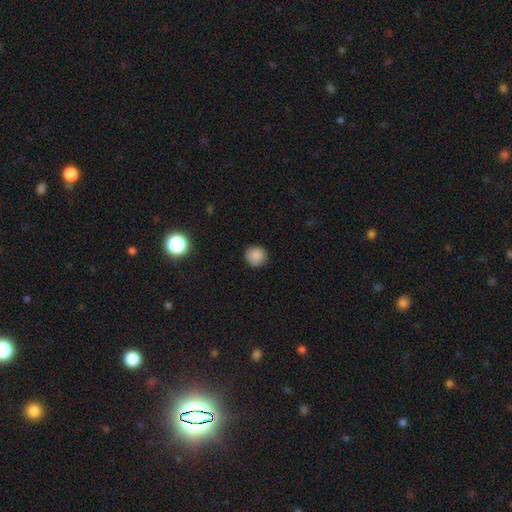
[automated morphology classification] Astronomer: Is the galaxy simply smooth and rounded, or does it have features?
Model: smooth — 87%.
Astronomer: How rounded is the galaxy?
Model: round — 90%.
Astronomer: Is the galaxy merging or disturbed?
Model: none — 88%.